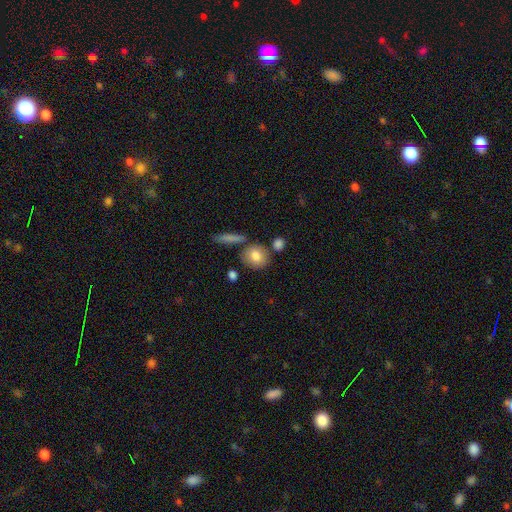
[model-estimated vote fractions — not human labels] Smooth or featured?
  - smooth: 80% *
  - featured or disk: 12%
  - star or artifact: 8%
How rounded?
  - round: 75% *
  - in between: 22%
  - cigar-shaped: 3%
Merging?
  - none: 72% *
  - minor disturbance: 13%
  - merger: 11%
  - major disturbance: 4%